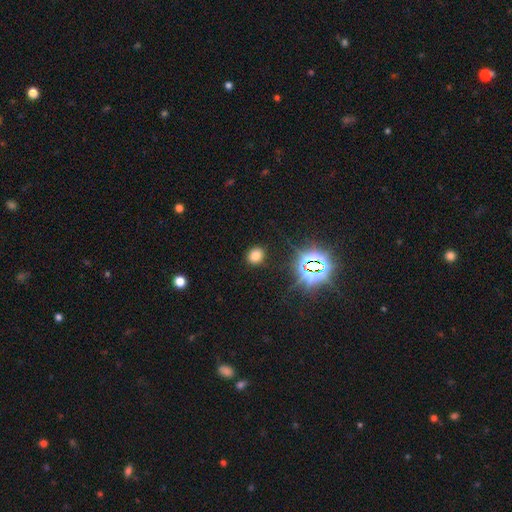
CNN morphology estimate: This is likely a smooth galaxy (70%). How rounded: likely round (69%). Merging: clearly none (88%).